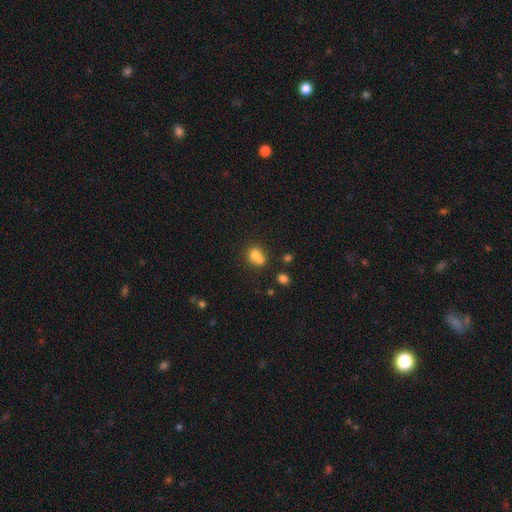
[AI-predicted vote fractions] Smooth or featured? smooth (74%)
How rounded? round (72%)
Merging? merger (47%)